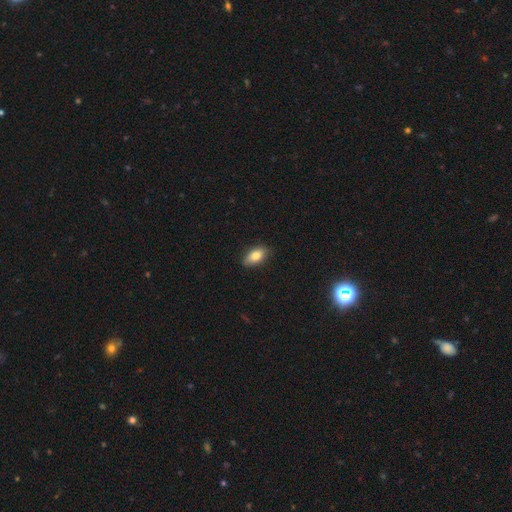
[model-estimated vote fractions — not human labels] The model was most divided on "merging": none: 83%, minor disturbance: 14%, major disturbance: 2%, merger: 1%. More confident: how rounded — in between (90%); smooth or featured — smooth (81%).